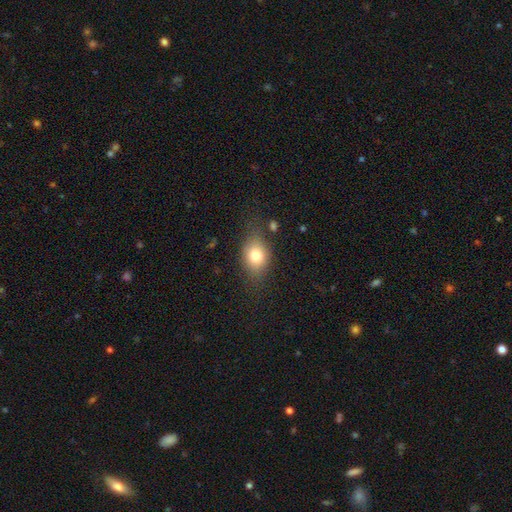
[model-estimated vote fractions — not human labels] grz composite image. It shows a smooth galaxy with no disk features (76%) that is in between round and cigar-shaped (67%). Merging: none (71%).